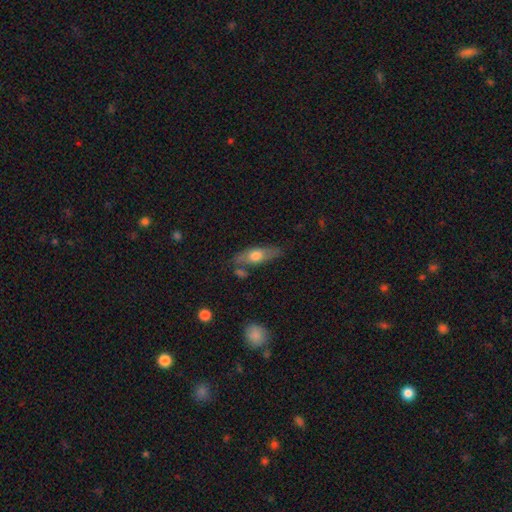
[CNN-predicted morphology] Q: Smooth or featured?
A: smooth (55%); runner-up: featured or disk (39%)
Q: How rounded?
A: in between (59%); runner-up: cigar-shaped (37%)
Q: Merging?
A: none (68%); runner-up: minor disturbance (18%)